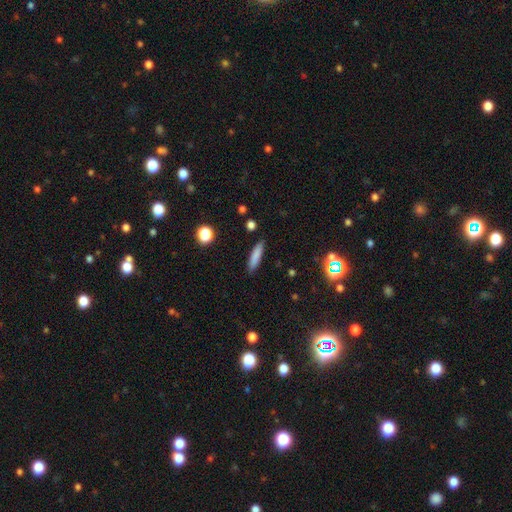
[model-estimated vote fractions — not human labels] A smooth galaxy with no disk features (82%) that is cigar-shaped (79%). Merging: none (88%).